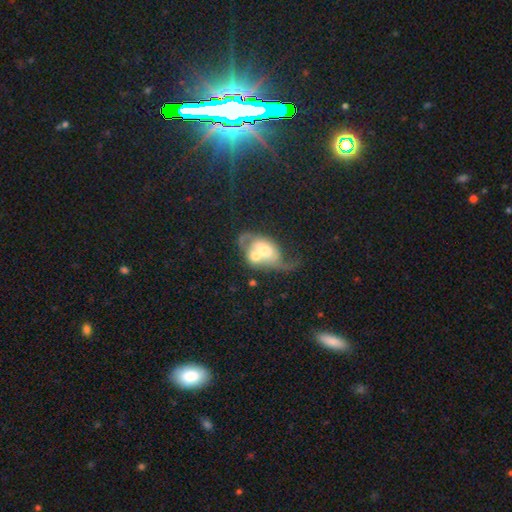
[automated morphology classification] Smooth or featured? featured or disk (59%)
Edge-on disk? no (95%)
Bar? no (67%)
Spiral arms? yes (69%)
Bulge size? moderate (52%)
Merging? merger (61%)